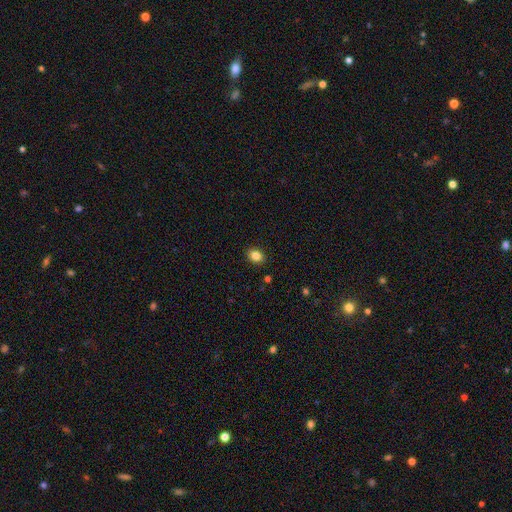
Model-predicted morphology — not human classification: Smooth or featured? smooth (85%)
How rounded? in between (56%)
Merging? none (89%)